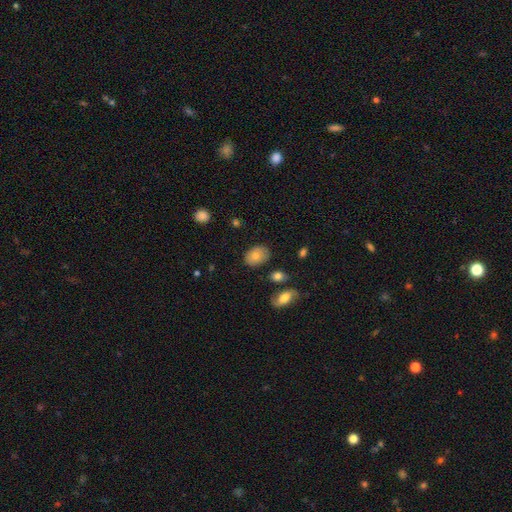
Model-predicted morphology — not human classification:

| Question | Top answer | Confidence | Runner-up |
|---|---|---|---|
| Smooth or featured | smooth | 77% | featured or disk (15%) |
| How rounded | in between | 81% | round (18%) |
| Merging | none | 79% | minor disturbance (14%) |